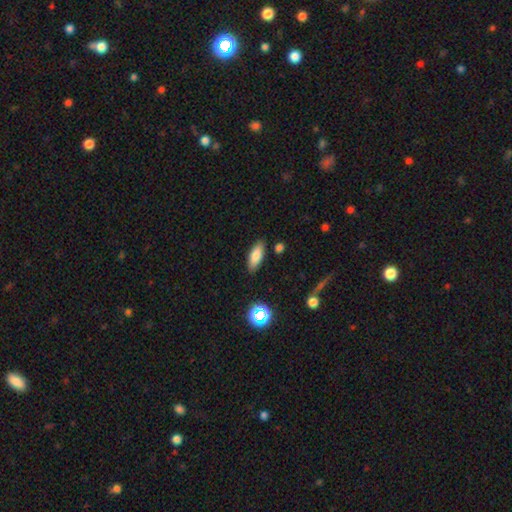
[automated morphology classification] smooth-or-featured: smooth: 79% | featured or disk: 12% | star or artifact: 9%
  how-rounded: in between: 73% | cigar-shaped: 24% | round: 3%
  merging: none: 85% | minor disturbance: 10% | merger: 3% | major disturbance: 2%